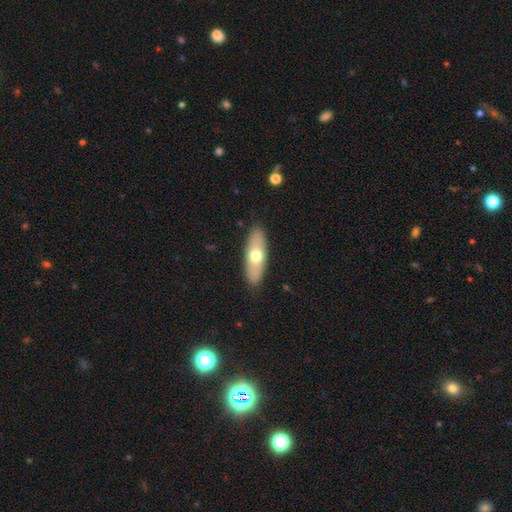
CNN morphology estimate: The model was most divided on "smooth or featured": smooth: 61%, featured or disk: 33%, star or artifact: 5%. More confident: merging — none (88%); how rounded — in between (64%).